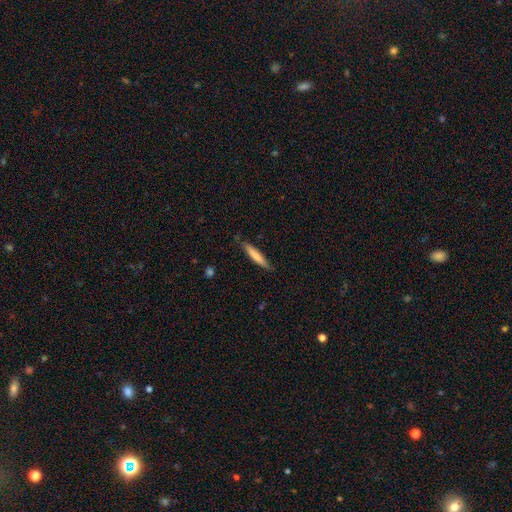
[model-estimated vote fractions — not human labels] Smooth or featured? Predicted: smooth (p=0.75). How rounded? Predicted: cigar-shaped (p=0.91). Merging? Predicted: none (p=0.84).